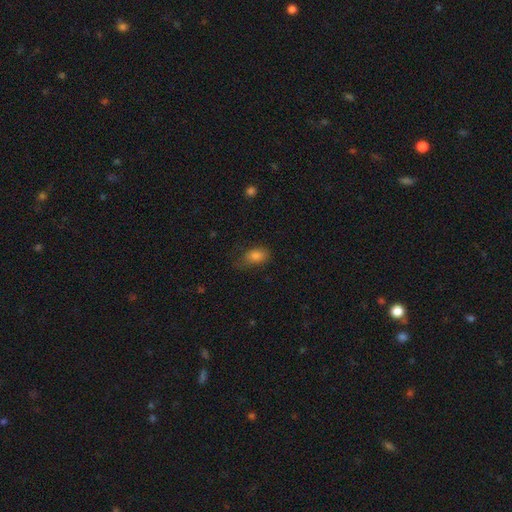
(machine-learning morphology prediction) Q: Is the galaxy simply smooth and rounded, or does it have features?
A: smooth — 82%.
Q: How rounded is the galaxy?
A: in between — 86%.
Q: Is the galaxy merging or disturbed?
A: none — 58%.